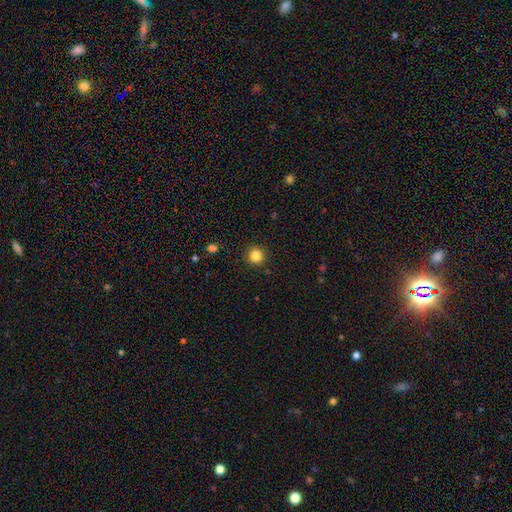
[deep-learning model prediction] Overall: smooth (84%). How rounded: round (94%). Merging: none (92%).